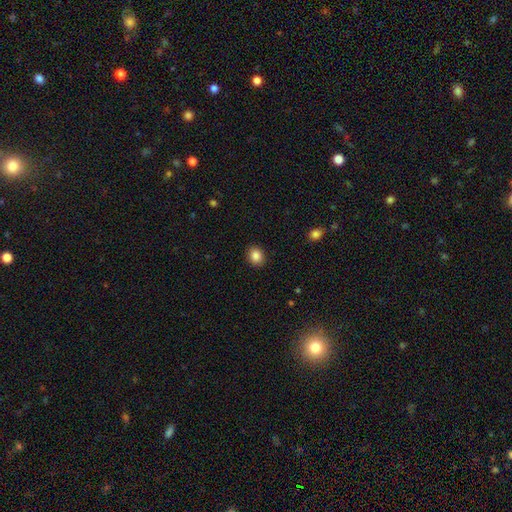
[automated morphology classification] A smooth galaxy with no disk features (86%) that is round (64%). Merging: none (91%).